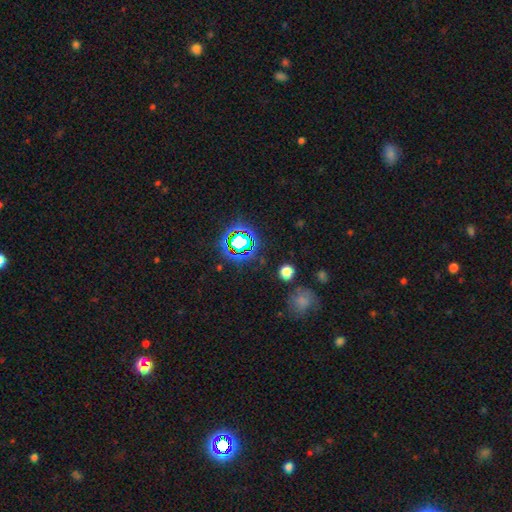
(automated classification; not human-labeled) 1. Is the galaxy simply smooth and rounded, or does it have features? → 75% star or artifact, 17% smooth, 9% featured or disk.